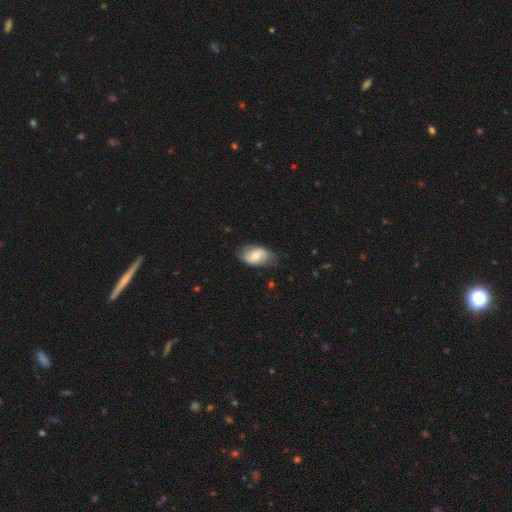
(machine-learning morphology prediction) smooth-or-featured: smooth: 61% | featured or disk: 33% | star or artifact: 7%
  how-rounded: in between: 92% | round: 6% | cigar-shaped: 2%
  merging: none: 73% | minor disturbance: 21% | major disturbance: 5% | merger: 1%